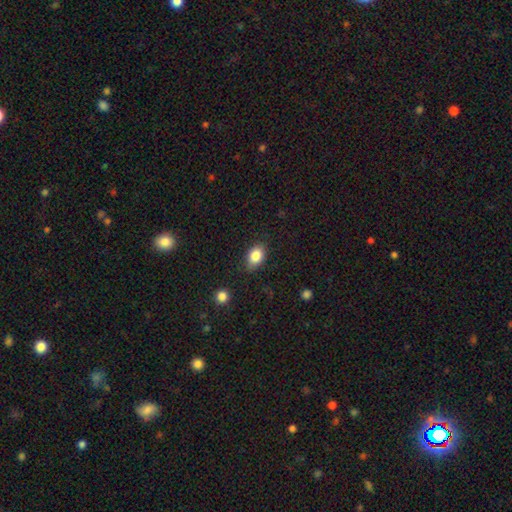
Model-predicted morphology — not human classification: Smooth or featured: smooth — 84% (star or artifact — 8%)
How rounded: in between — 82% (round — 16%)
Merging: none — 82% (minor disturbance — 14%)